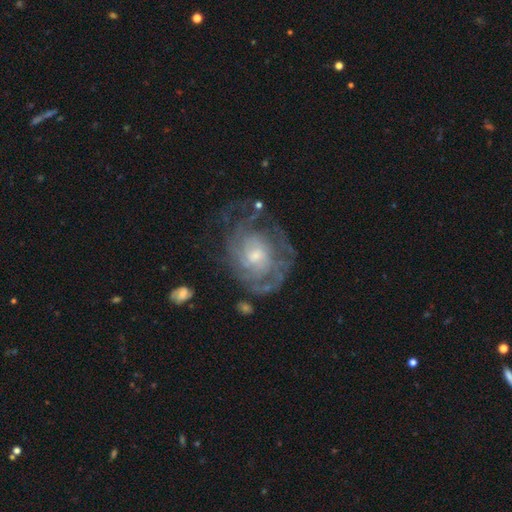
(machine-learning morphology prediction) The model was most divided on "bulge size": small: 51%, moderate: 39%, large: 5%, none: 3%, dominant: 1%. More confident: edge-on disk — no (97%); spiral arms — yes (87%); smooth or featured — featured or disk (82%); bar — no (67%); spiral winding — tight (62%); merging — none (59%); spiral arm count — can't tell (51%).